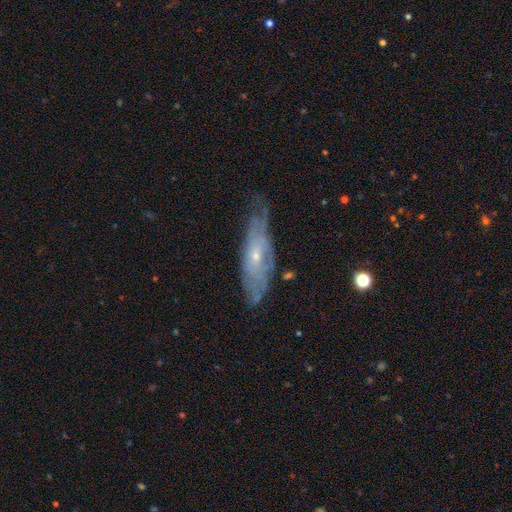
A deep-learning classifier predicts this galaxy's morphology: This appears to be a featured or disk galaxy (68%). Merging: none (59%).